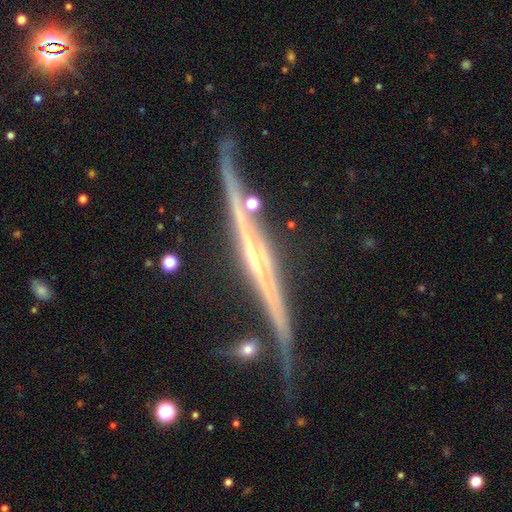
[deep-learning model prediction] Smooth or featured: featured or disk — 88% (smooth — 7%)
Edge-on disk: yes — 96% (no — 4%)
Edge-on bulge: rounded — 53% (none — 37%)
Merging: none — 64% (minor disturbance — 22%)